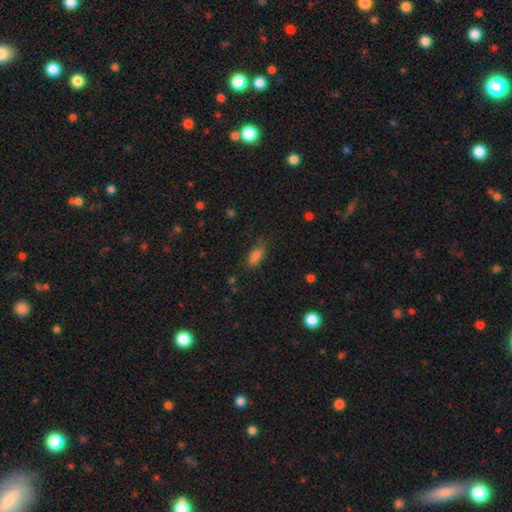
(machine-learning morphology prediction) Q: Smooth or featured?
A: smooth (79%); runner-up: star or artifact (11%)
Q: How rounded?
A: in between (75%); runner-up: cigar-shaped (21%)
Q: Merging?
A: none (61%); runner-up: minor disturbance (27%)